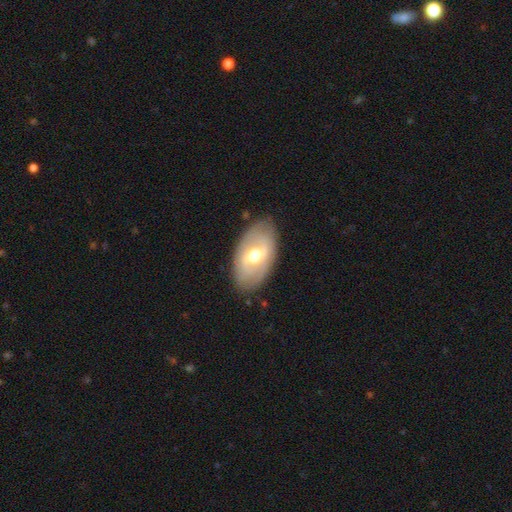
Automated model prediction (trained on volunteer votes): featured or disk 60%, smooth 34%, star or artifact 6%. Down the decision tree: edge-on disk — no (90%); bar — weak (48%); spiral arms — no (51%); bulge size — moderate (73%); merging — none (82%).